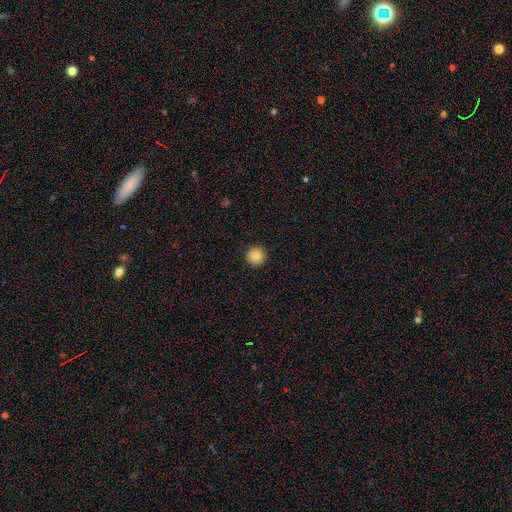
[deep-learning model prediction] This appears to be a smooth galaxy with no disk features (87%) that is round (96%). Merging: none (93%).